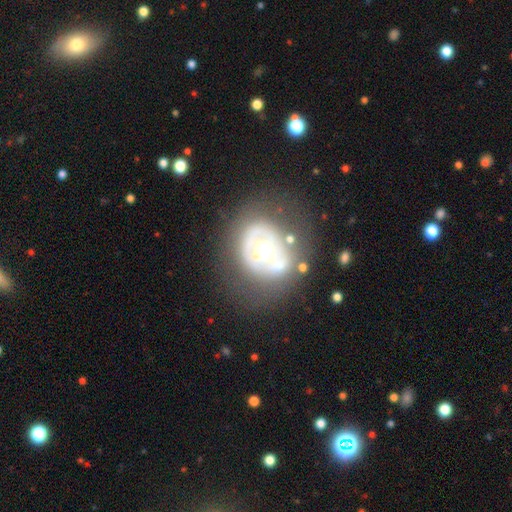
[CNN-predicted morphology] smooth_or_featured: featured or disk (p=0.65) [alt: smooth p=0.26]
disk_edge_on: no (p=0.95) [alt: yes p=0.05]
bar: no (p=0.84) [alt: weak p=0.10]
has_spiral_arms: no (p=0.77) [alt: yes p=0.23]
bulge_size: moderate (p=0.64) [alt: large p=0.25]
merging: none (p=0.60) [alt: minor disturbance p=0.19]